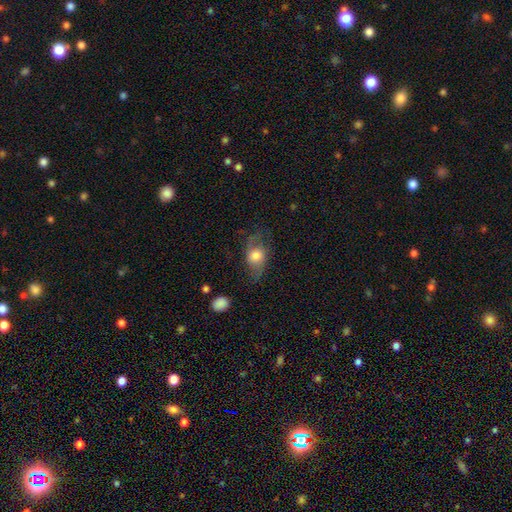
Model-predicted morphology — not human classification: smooth-or-featured: smooth: 49% | featured or disk: 42% | star or artifact: 9%
  merging: none: 57% | minor disturbance: 22% | major disturbance: 19% | merger: 2%